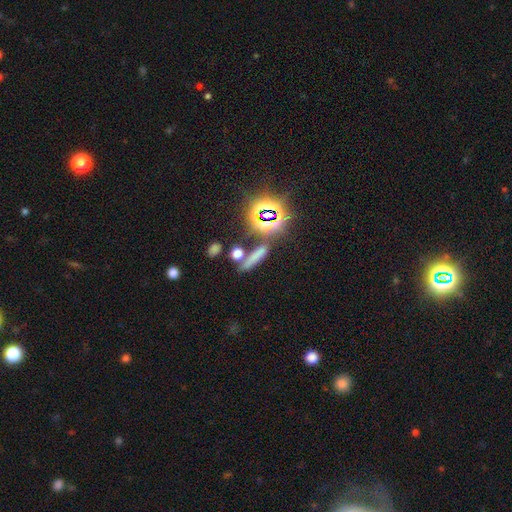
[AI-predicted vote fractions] Morphology: type=smooth (58%); roundness=cigar-shaped (68%); merging=none (70%).